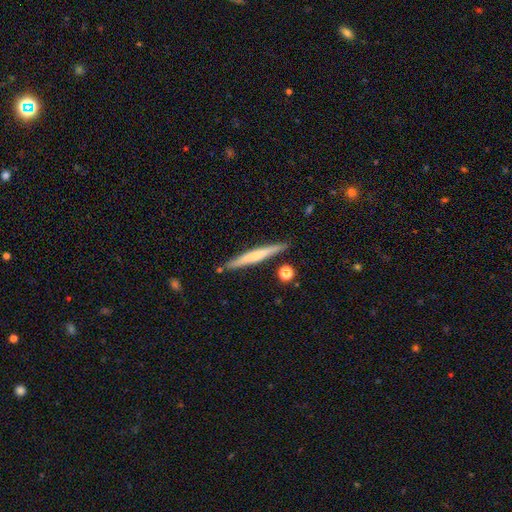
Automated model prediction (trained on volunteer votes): Smooth or featured? smooth (50%)
Merging? none (86%)